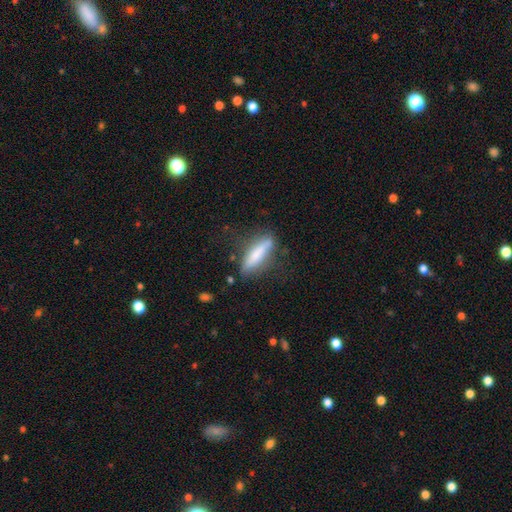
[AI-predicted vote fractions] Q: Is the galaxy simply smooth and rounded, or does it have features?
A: smooth — 62%.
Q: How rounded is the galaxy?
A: cigar-shaped — 75%.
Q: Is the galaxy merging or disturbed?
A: none — 68%.